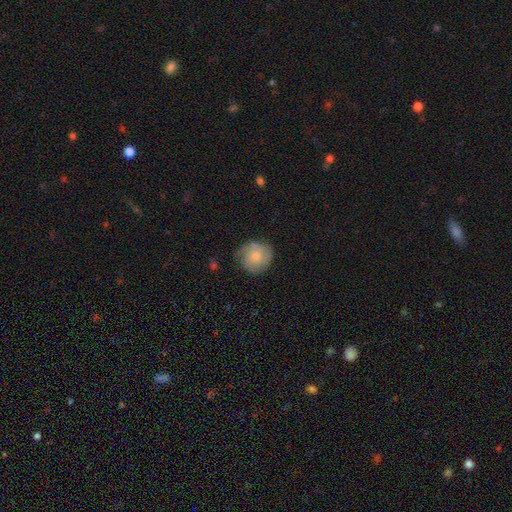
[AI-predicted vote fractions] Smooth or featured?
  - smooth: 60% *
  - featured or disk: 33%
  - star or artifact: 7%
How rounded?
  - round: 87% *
  - in between: 12%
  - cigar-shaped: 1%
Merging?
  - none: 70% *
  - minor disturbance: 22%
  - major disturbance: 6%
  - merger: 2%